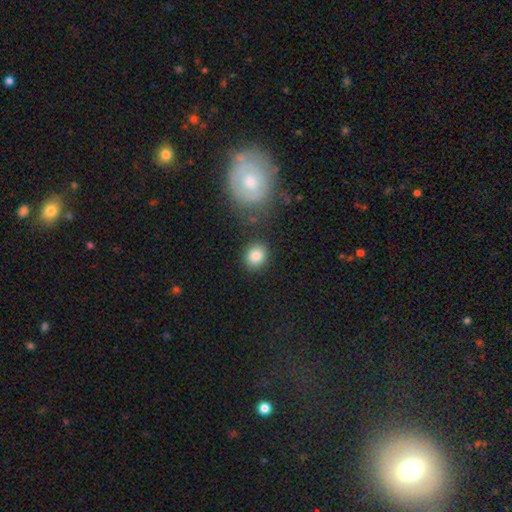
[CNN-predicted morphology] This appears to be a smooth galaxy with no disk features (85%) that is round (74%). Merging: none (83%).